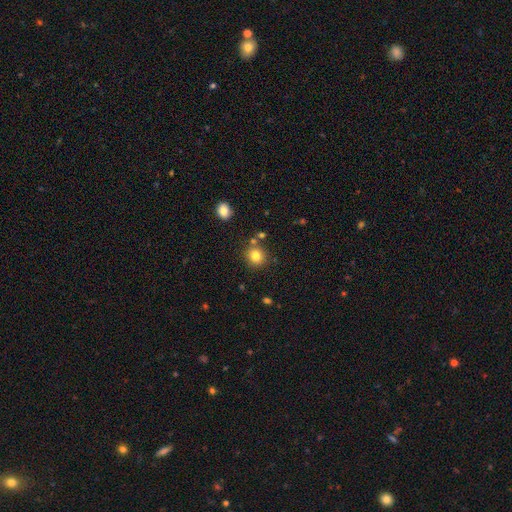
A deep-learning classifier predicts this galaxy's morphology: smooth_or_featured: smooth (p=0.80) [alt: star or artifact p=0.12]
how_rounded: round (p=0.88) [alt: in between p=0.11]
merging: none (p=0.79) [alt: minor disturbance p=0.09]